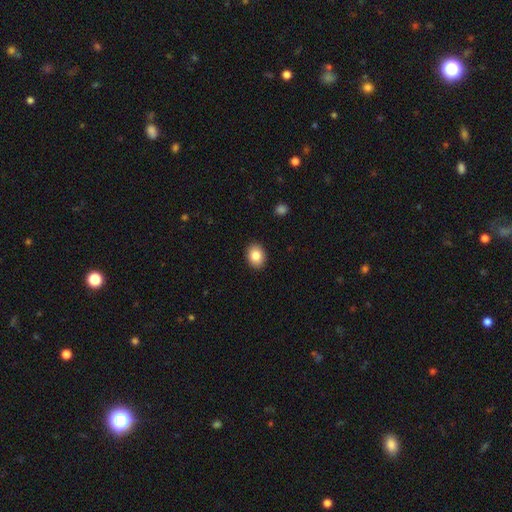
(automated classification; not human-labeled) smooth 84%, star or artifact 8%, featured or disk 7%. Down the decision tree: how rounded — in between (59%); merging — none (91%).